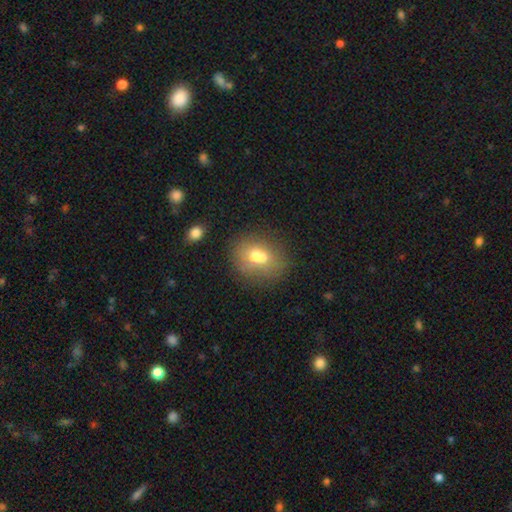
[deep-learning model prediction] Overall: smooth (64%; featured or disk 25%). How rounded: round (57%; in between 41%). Merging: merger (46%; none 38%).